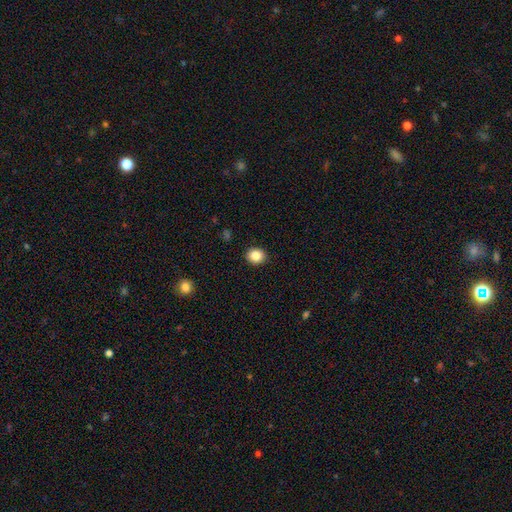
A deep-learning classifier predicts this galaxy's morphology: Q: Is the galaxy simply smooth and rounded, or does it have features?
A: smooth — 85%.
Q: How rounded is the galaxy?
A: round — 69%.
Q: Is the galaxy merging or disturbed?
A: none — 92%.